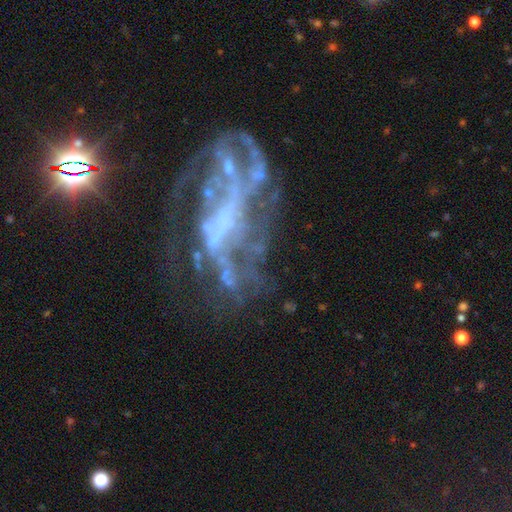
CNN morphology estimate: Overall: featured or disk (76%). Edge-on disk: no (95%). Bar: no (50%; weak 27%). Spiral arms: yes (60%; no 40%). Bulge size: none (65%). Merging: none (39%; major disturbance 36%).